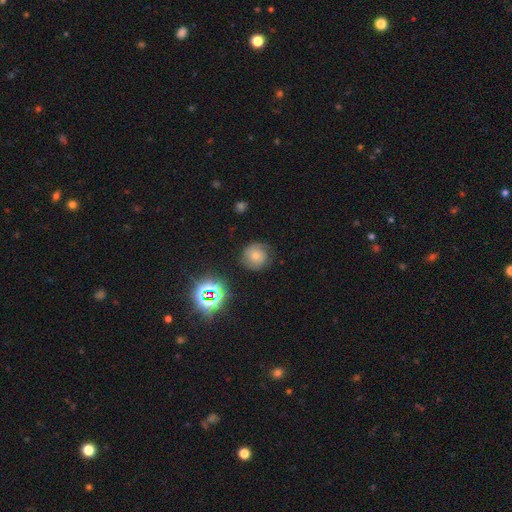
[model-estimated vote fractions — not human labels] A smooth galaxy with no disk features (55%) that is round (91%).

Vote fractions:
- Smooth or featured? smooth: 55% / featured or disk: 28% / star or artifact: 17%
- How rounded? round: 91% / in between: 8% / cigar-shaped: 1%
- Merging? none: 76% / minor disturbance: 16% / major disturbance: 5% / merger: 2%